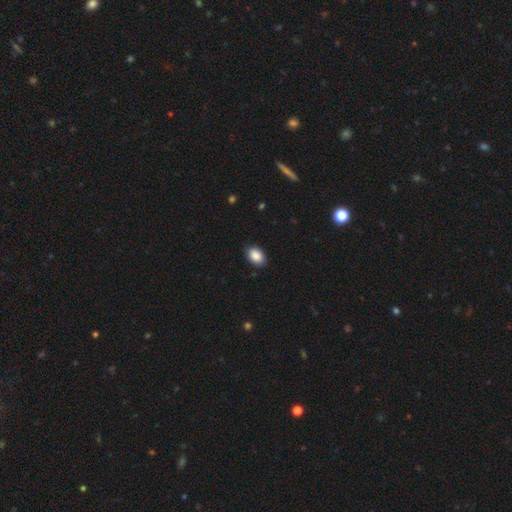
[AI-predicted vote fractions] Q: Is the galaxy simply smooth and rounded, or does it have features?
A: smooth — 89%.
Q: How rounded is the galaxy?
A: in between — 86%.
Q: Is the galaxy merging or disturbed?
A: none — 86%.